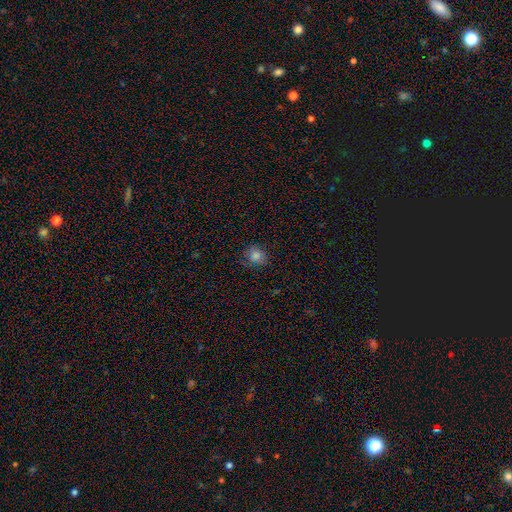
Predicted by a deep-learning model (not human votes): Q: Smooth or featured?
A: smooth (82%); runner-up: star or artifact (13%)
Q: How rounded?
A: round (77%); runner-up: in between (22%)
Q: Merging?
A: none (82%); runner-up: minor disturbance (14%)